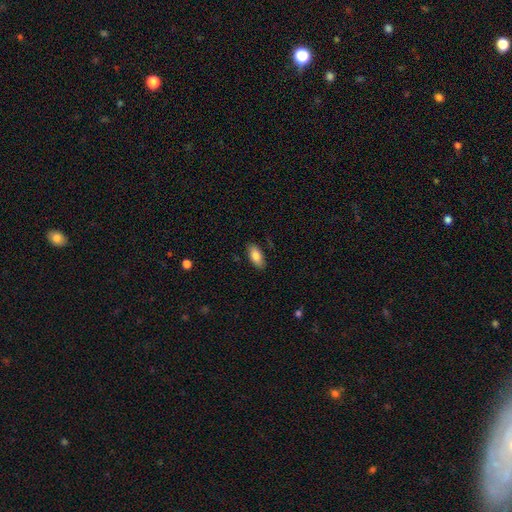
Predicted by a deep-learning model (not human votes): This is clearly a smooth galaxy (85%). How rounded: clearly in between (91%). Merging: clearly none (86%).